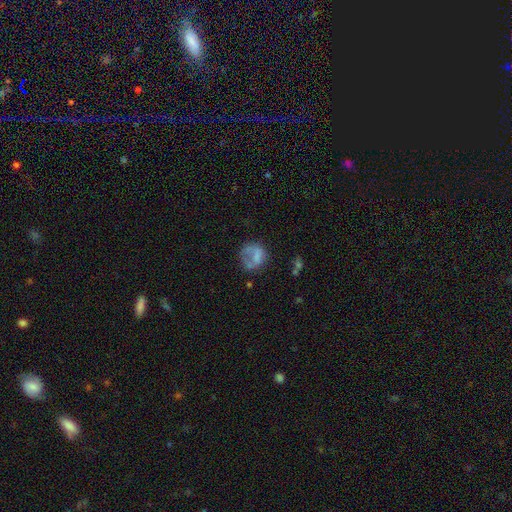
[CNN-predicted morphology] The model was most divided on "merging": none: 40%, major disturbance: 30%, minor disturbance: 23%, merger: 7%. More confident: how rounded — round (72%); smooth or featured — smooth (58%).